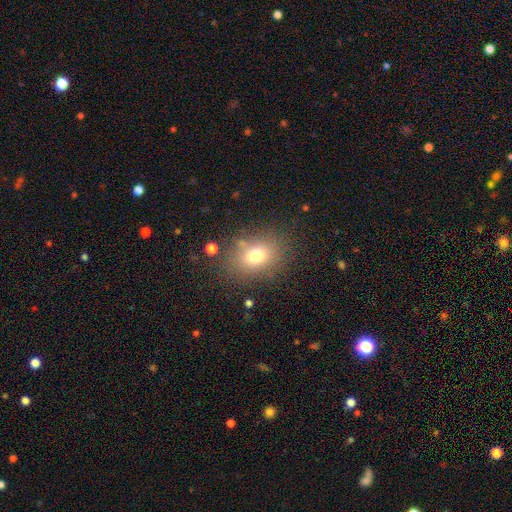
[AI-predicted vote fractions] This appears to be a smooth galaxy with no disk features (73%) that is in between round and cigar-shaped (61%). Merging: none (78%).